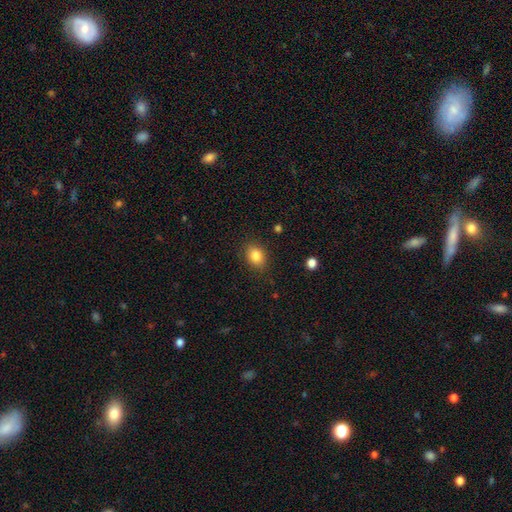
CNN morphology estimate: Q: Smooth or featured?
A: smooth (85%); runner-up: star or artifact (9%)
Q: How rounded?
A: in between (62%); runner-up: round (37%)
Q: Merging?
A: none (86%); runner-up: minor disturbance (10%)